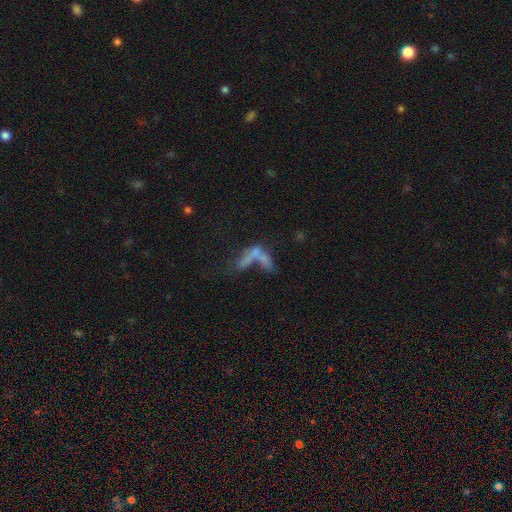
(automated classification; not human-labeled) The model was most divided on "how rounded": cigar-shaped: 47%, in between: 46%, round: 7%. More confident: merging — merger (52%); smooth or featured — smooth (51%).